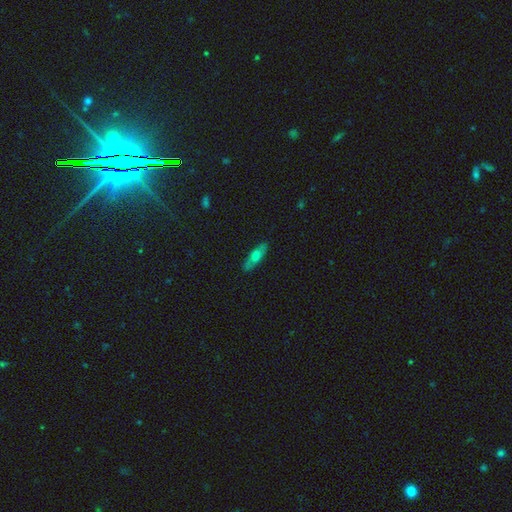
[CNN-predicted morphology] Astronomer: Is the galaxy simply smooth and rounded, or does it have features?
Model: smooth — 56% (runner-up: featured or disk, 37%).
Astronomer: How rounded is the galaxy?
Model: in between — 53% (runner-up: cigar-shaped, 45%).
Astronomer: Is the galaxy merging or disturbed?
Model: none — 85%.